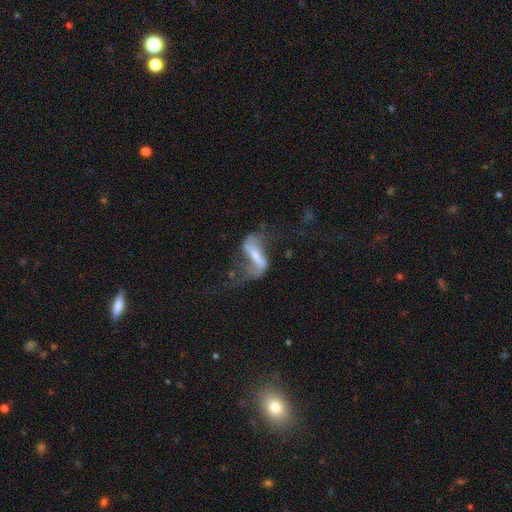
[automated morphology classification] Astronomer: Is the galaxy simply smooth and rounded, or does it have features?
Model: featured or disk — 74%.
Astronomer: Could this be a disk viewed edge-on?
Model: no — 85%.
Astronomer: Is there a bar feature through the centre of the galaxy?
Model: strong — 60%.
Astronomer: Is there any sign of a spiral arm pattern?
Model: yes — 76%.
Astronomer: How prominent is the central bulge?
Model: small — 36% (runner-up: moderate, 33%).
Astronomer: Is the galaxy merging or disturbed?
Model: none — 39% (runner-up: major disturbance, 37%).